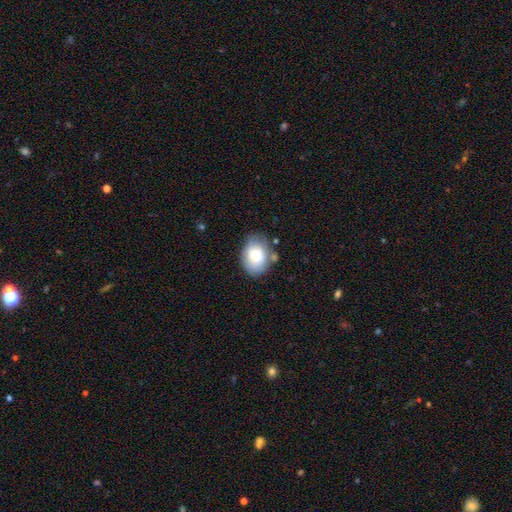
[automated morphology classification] Smooth or featured? smooth (76%)
How rounded? in between (71%)
Merging? none (67%)